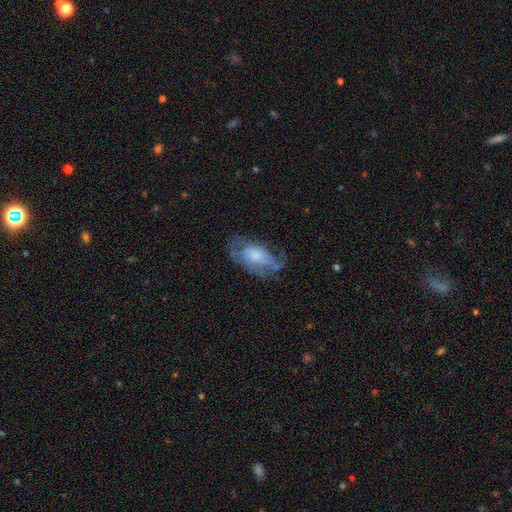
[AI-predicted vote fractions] Smooth or featured? featured or disk (50%)
Edge-on disk? no (92%)
Merging? none (45%)